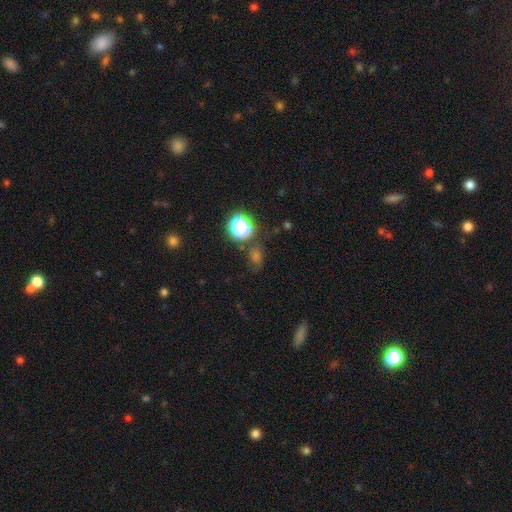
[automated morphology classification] Smooth or featured? Predicted: smooth (p=0.48). Merging? Predicted: none (p=0.69).